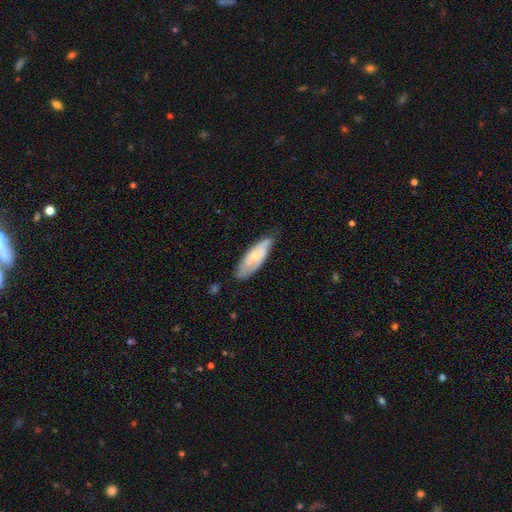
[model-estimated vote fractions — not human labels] A featured or disk galaxy (49%). Merging: none (67%).